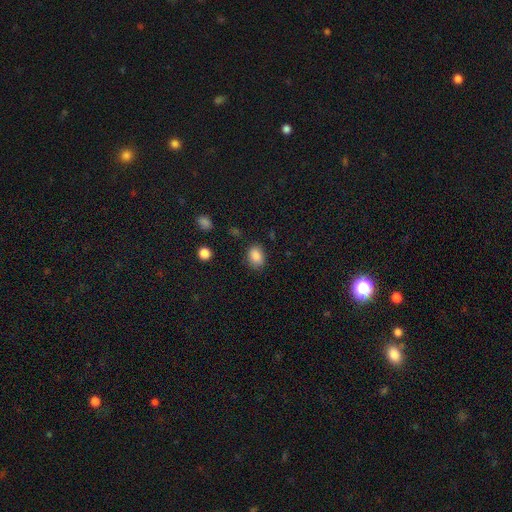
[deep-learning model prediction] The model was most divided on "how rounded": in between: 67%, round: 32%, cigar-shaped: 1%. More confident: smooth or featured — smooth (86%); merging — none (81%).